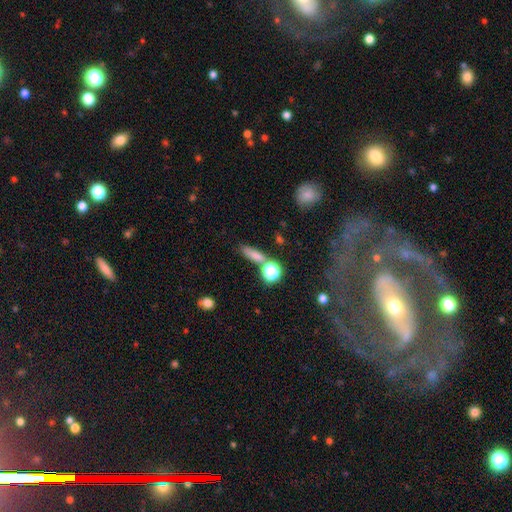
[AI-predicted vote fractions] Overall: smooth (73%). How rounded: cigar-shaped (48%; in between 35%). Merging: none (68%).